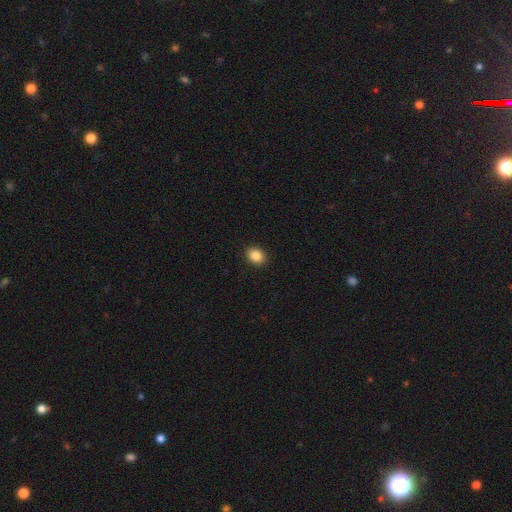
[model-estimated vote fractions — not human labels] smooth 86%, star or artifact 9%, featured or disk 4%. Down the decision tree: how rounded — in between (60%); merging — none (92%).